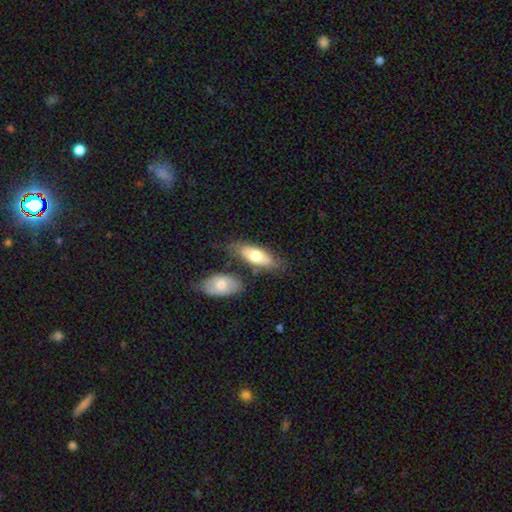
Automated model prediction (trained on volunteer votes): This is likely a smooth galaxy (66%). How rounded: likely in between (78%). Merging: likely none (62%).